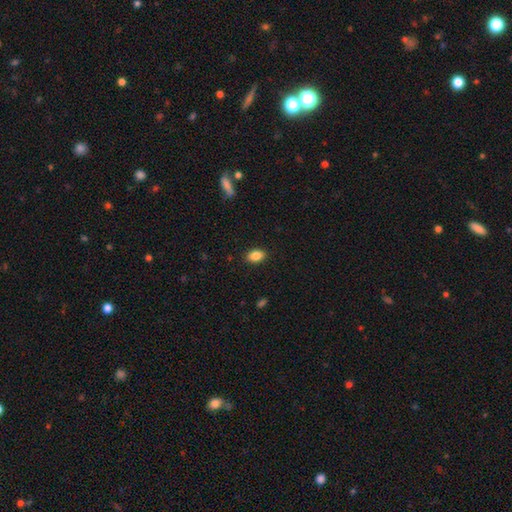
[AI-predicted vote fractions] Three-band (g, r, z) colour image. It shows a smooth galaxy with no disk features (87%) that is in between round and cigar-shaped (87%). Merging: none (88%).